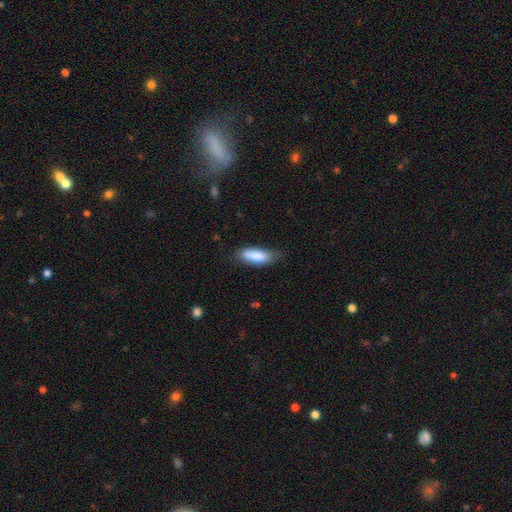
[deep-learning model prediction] A smooth galaxy with no disk features (86%) that is in between round and cigar-shaped (71%). Merging: none (70%).